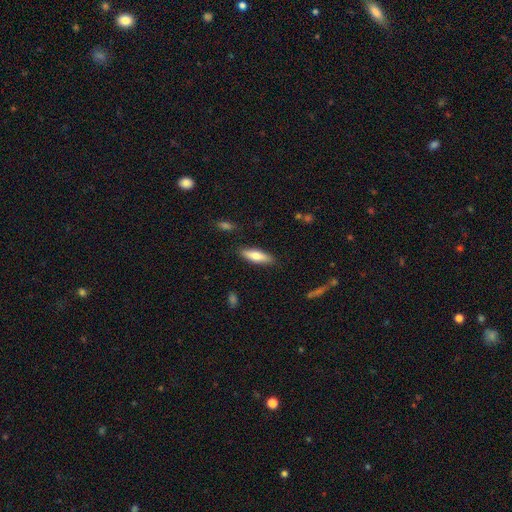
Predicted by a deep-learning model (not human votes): Overall: smooth (71%). How rounded: cigar-shaped (54%; in between 44%). Merging: none (86%).